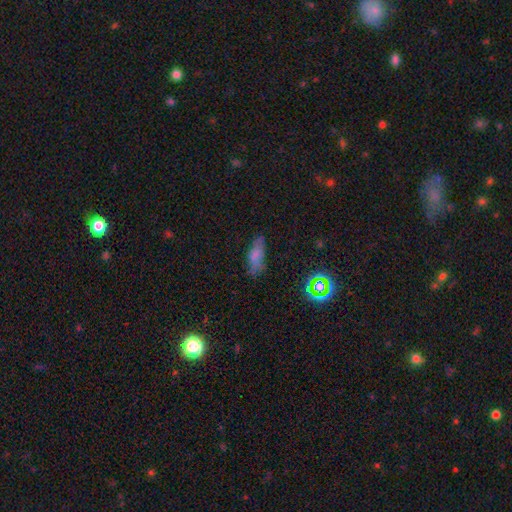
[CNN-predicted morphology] Smooth or featured? smooth (65%)
How rounded? in between (70%)
Merging? none (58%)